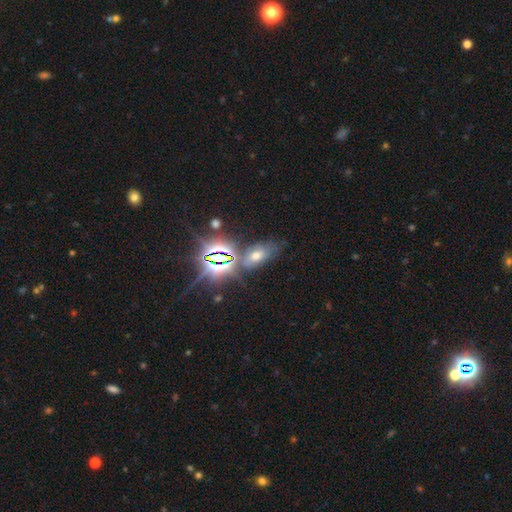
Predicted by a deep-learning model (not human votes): A star or artifact, not a galaxy (52%).